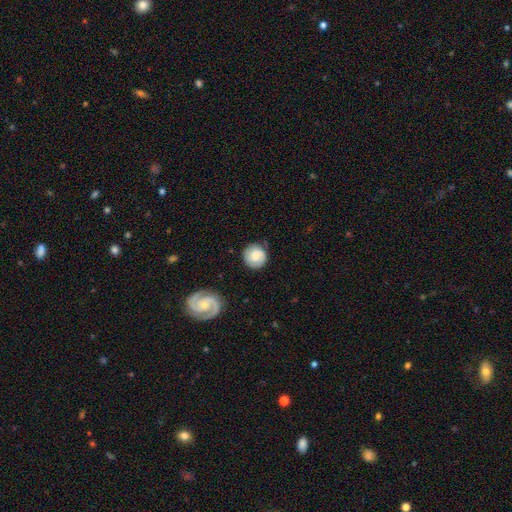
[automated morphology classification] Smooth or featured? smooth (56%)
How rounded? round (91%)
Merging? none (80%)